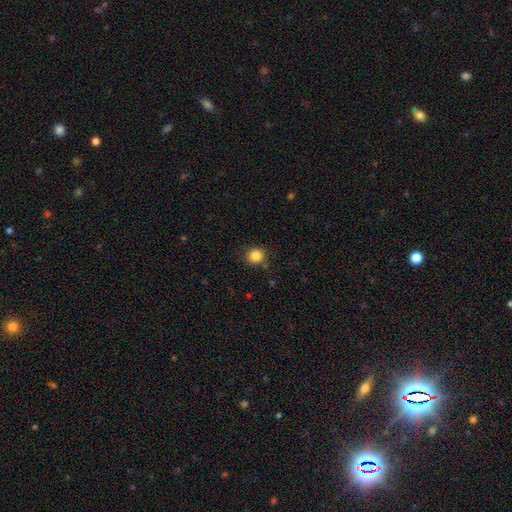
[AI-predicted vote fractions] This is clearly a smooth galaxy (84%). How rounded: clearly round (85%). Merging: clearly none (87%).